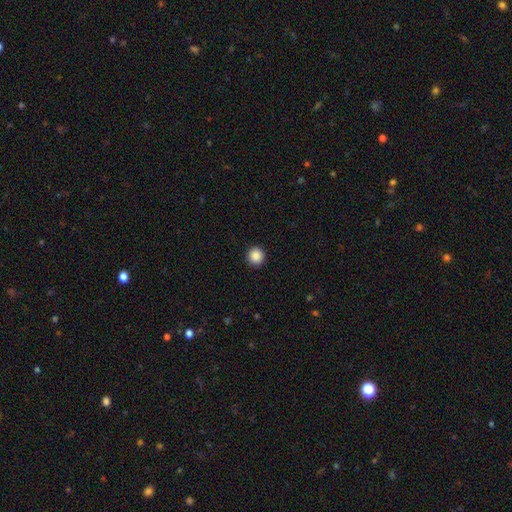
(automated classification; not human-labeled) smooth_or_featured: smooth (p=0.88) [alt: star or artifact p=0.10]
how_rounded: round (p=0.95) [alt: in between p=0.04]
merging: none (p=0.93) [alt: minor disturbance p=0.05]